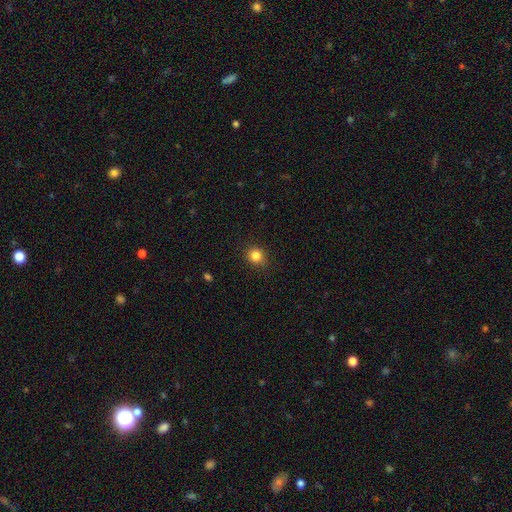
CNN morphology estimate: smooth 84%, star or artifact 11%, featured or disk 5%. Down the decision tree: how rounded — round (79%); merging — none (87%).